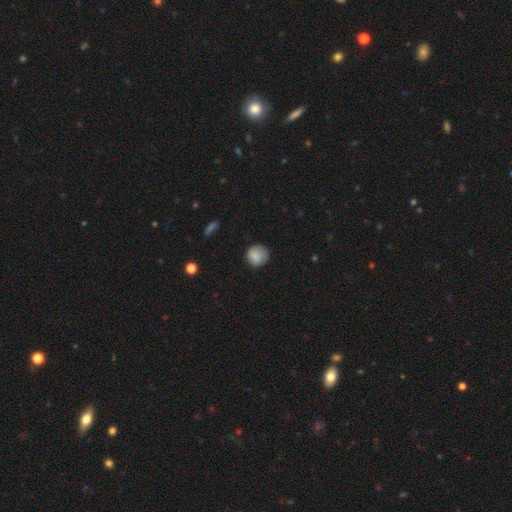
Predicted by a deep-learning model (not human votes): Smooth or featured?
  - smooth: 83% *
  - featured or disk: 10%
  - star or artifact: 7%
How rounded?
  - round: 90% *
  - in between: 9%
  - cigar-shaped: 1%
Merging?
  - none: 76% *
  - minor disturbance: 18%
  - major disturbance: 5%
  - merger: 1%